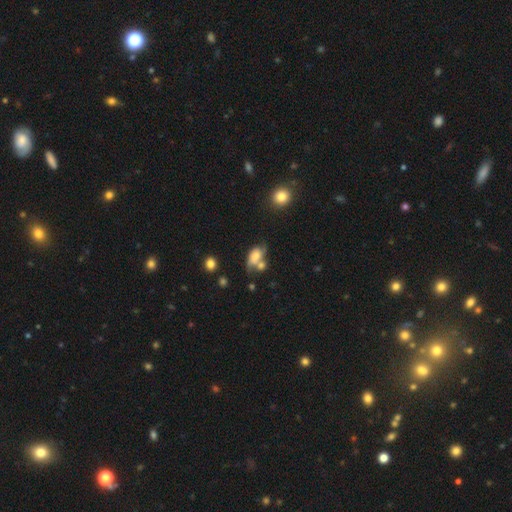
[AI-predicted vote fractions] Q: Smooth or featured?
A: smooth (62%); runner-up: featured or disk (28%)
Q: How rounded?
A: in between (85%); runner-up: round (10%)
Q: Merging?
A: merger (36%); runner-up: none (30%)